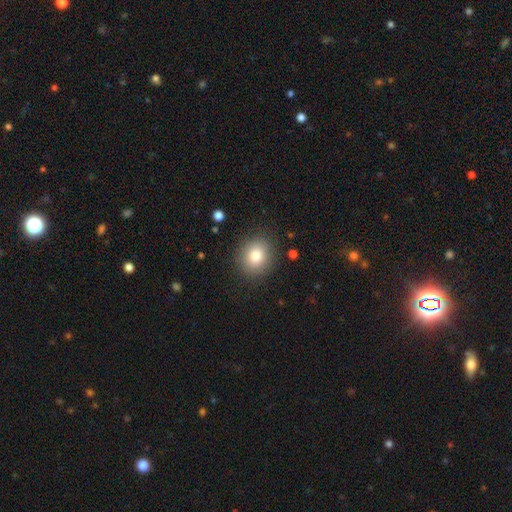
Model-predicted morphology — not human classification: type=smooth (80%); roundness=round (77%); merging=none (87%).